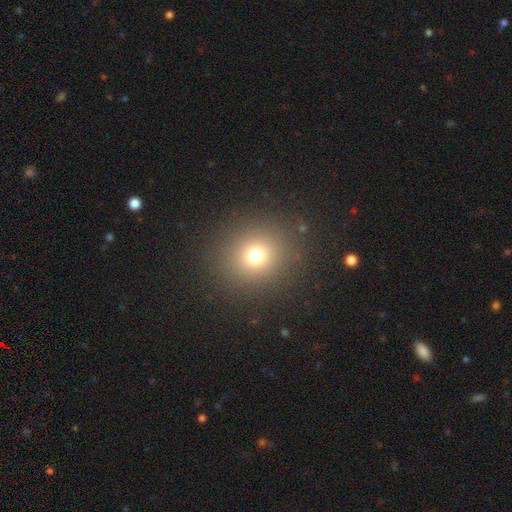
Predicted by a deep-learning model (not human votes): A smooth galaxy with no disk features (71%) that is round (86%).

Vote fractions:
- Smooth or featured? smooth: 71% / star or artifact: 20% / featured or disk: 9%
- How rounded? round: 86% / in between: 14% / cigar-shaped: 1%
- Merging? none: 88% / minor disturbance: 6% / major disturbance: 4% / merger: 1%